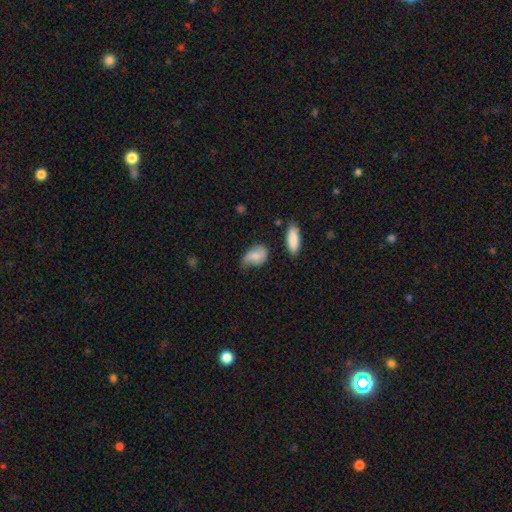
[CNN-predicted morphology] smooth_or_featured: smooth (p=0.63) [alt: featured or disk p=0.29]
how_rounded: in between (p=0.82) [alt: round p=0.15]
merging: none (p=0.49) [alt: minor disturbance p=0.36]